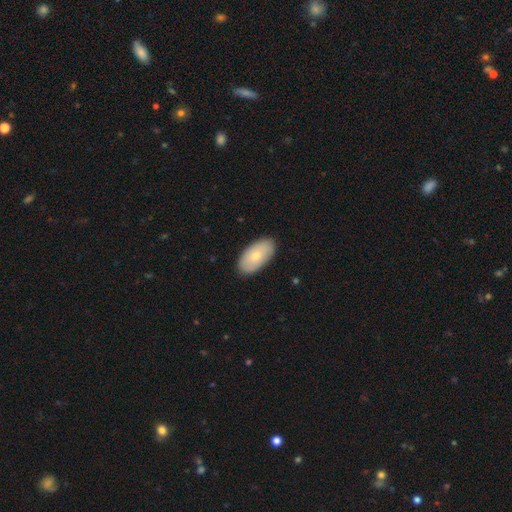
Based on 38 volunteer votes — Smooth or featured: smooth — 66% (featured or disk — 29%)
How rounded: in between — 96% (round — 4%)
Merging: none — 86% (minor disturbance — 8%)